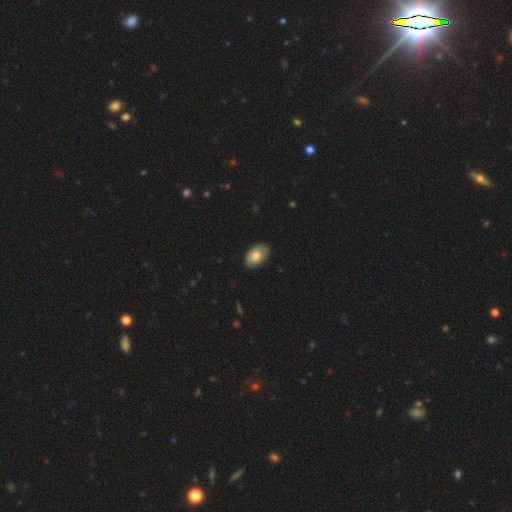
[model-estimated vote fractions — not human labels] The model was most divided on "smooth or featured": smooth: 72%, featured or disk: 22%, star or artifact: 6%. More confident: how rounded — in between (92%); merging — none (80%).